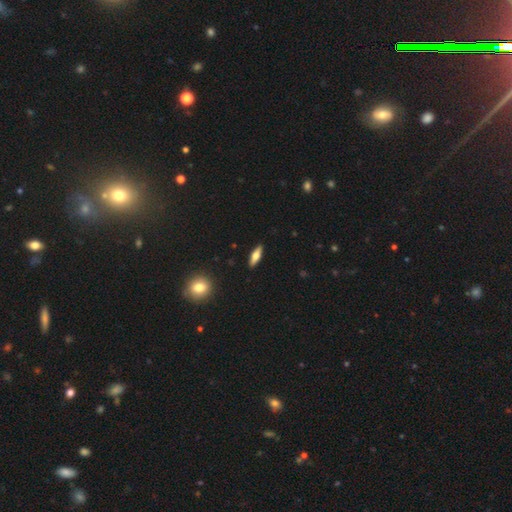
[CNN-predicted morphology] This is possibly a smooth galaxy (54%). How rounded: possibly cigar-shaped (53%). Merging: clearly none (90%).